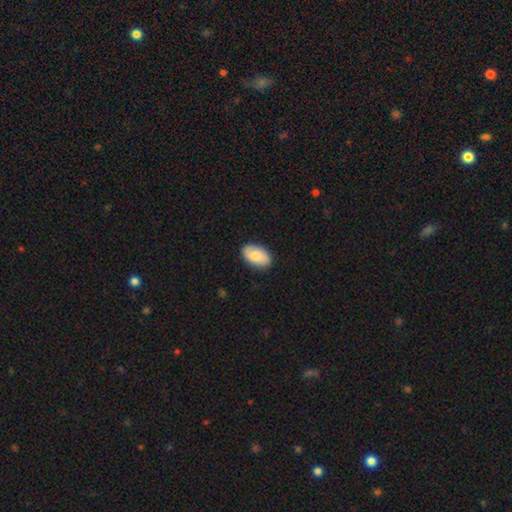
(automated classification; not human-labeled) Smooth or featured: smooth — 77% (featured or disk — 17%)
How rounded: in between — 93% (round — 6%)
Merging: none — 85% (minor disturbance — 11%)